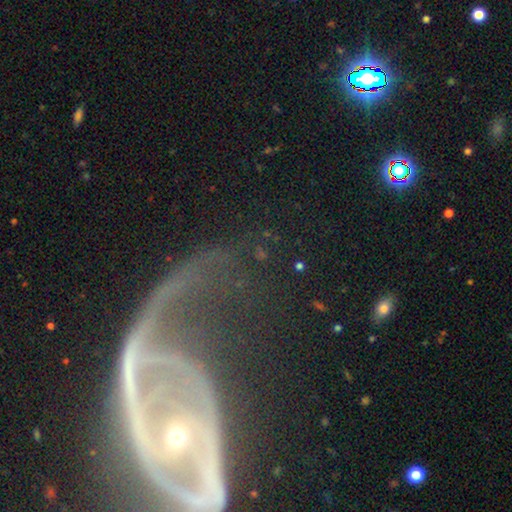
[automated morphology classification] This is likely a featured or disk galaxy (74%). It is clearly not viewed edge-on (90%). Bar: possibly no (46%). Spiral arm pattern: likely yes (77%). Spiral arm count: likely 2 (61%). Spiral winding: marginally loose (38%). Central bulge: likely small (71%). Merging: marginally none (42%).